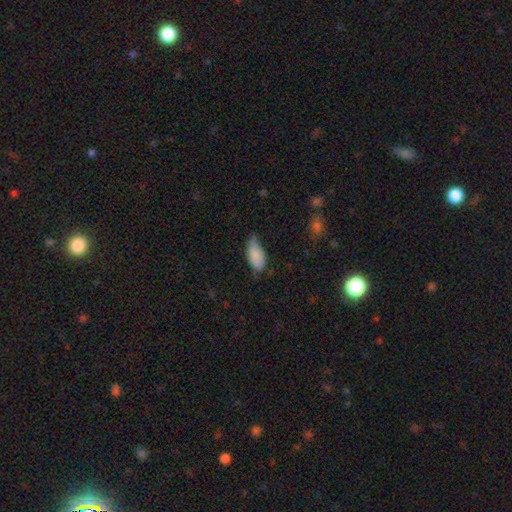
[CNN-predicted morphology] The model was most divided on "merging": none: 46%, minor disturbance: 44%, major disturbance: 9%, merger: 2%. More confident: how rounded — in between (92%); smooth or featured — smooth (86%).